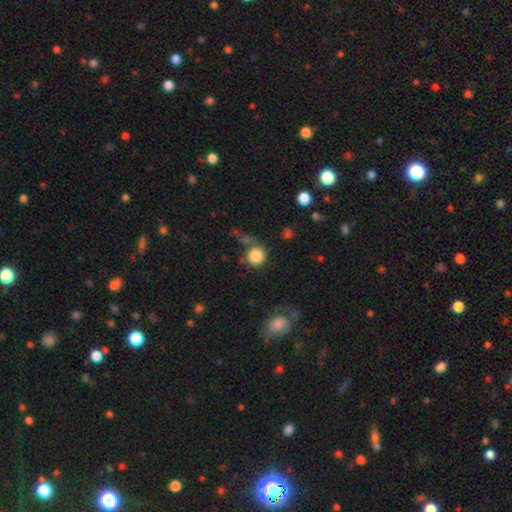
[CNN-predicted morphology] Smooth or featured?
  - smooth: 86% *
  - star or artifact: 9%
  - featured or disk: 5%
How rounded?
  - round: 92% *
  - in between: 7%
  - cigar-shaped: 1%
Merging?
  - none: 69% *
  - minor disturbance: 14%
  - merger: 10%
  - major disturbance: 7%